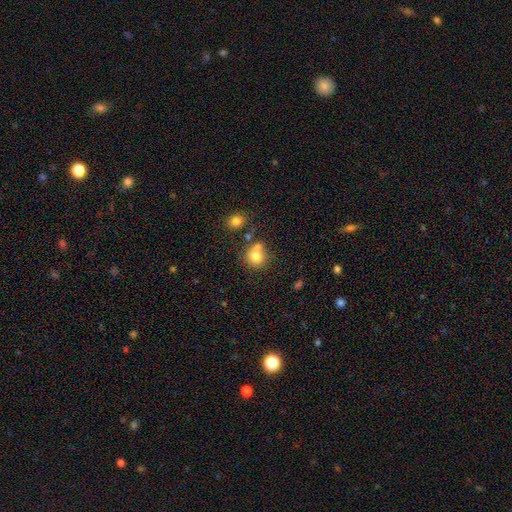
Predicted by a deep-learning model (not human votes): Q: Smooth or featured?
A: smooth (78%); runner-up: featured or disk (11%)
Q: How rounded?
A: round (83%); runner-up: in between (16%)
Q: Merging?
A: none (55%); runner-up: merger (27%)